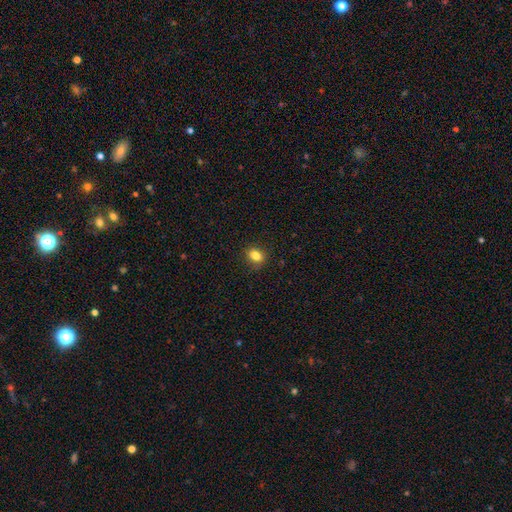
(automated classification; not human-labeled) Smooth or featured? smooth (82%)
How rounded? in between (61%)
Merging? none (85%)